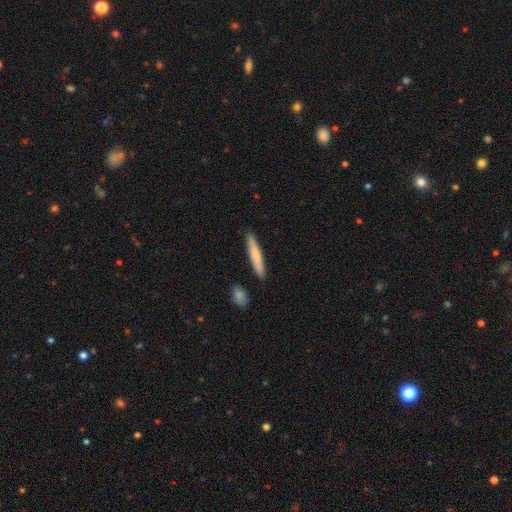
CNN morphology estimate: Smooth or featured? smooth (72%)
How rounded? cigar-shaped (93%)
Merging? none (89%)